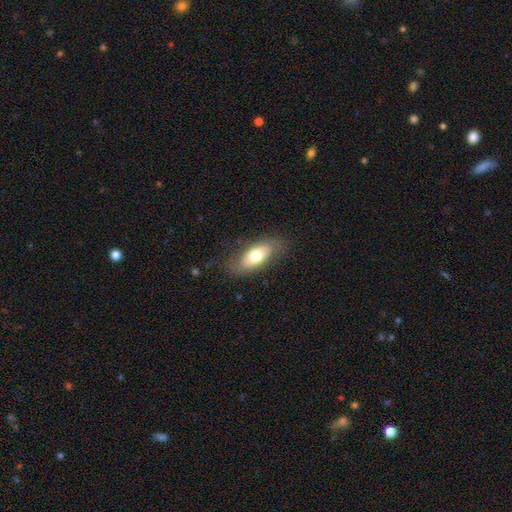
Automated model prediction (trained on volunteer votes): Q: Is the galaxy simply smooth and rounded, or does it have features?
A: smooth — 62%.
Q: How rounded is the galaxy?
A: in between — 86%.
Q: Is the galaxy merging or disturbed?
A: none — 76%.